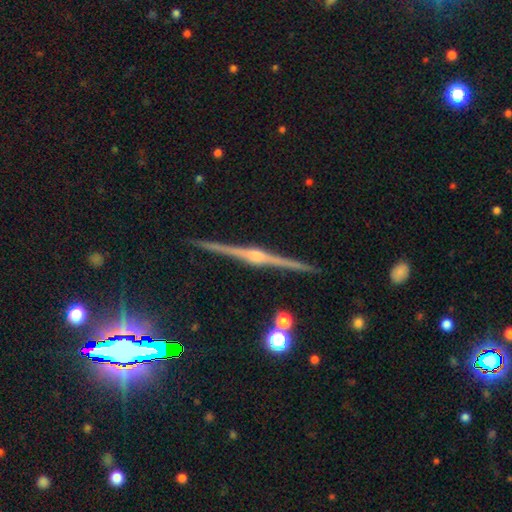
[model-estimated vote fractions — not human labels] A featured or disk galaxy (88%) viewed edge-on (99%) with a rounded central bulge (84%). Merging: none (92%).